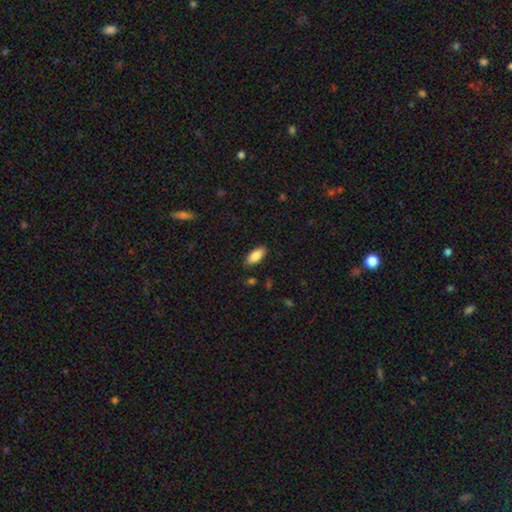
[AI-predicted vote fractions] Overall: smooth (86%). How rounded: in between (87%). Merging: none (87%).